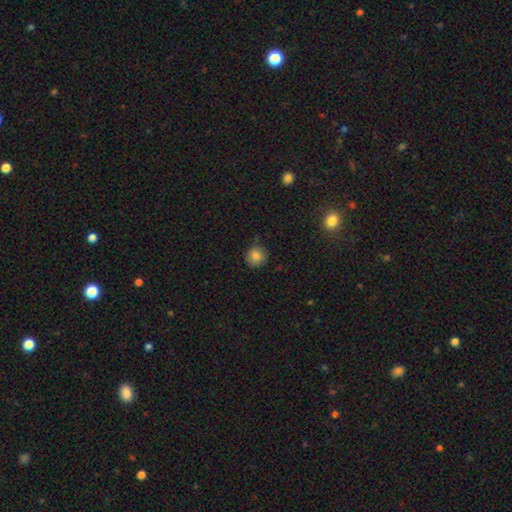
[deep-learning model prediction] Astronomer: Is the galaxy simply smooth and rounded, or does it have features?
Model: smooth — 83%.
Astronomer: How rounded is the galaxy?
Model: round — 90%.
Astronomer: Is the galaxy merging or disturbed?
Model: none — 82%.